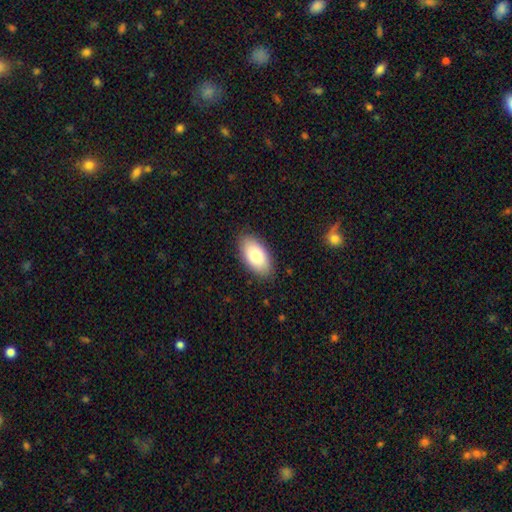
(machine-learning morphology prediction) The model was most divided on "smooth or featured": smooth: 80%, featured or disk: 13%, star or artifact: 6%. More confident: how rounded — in between (95%); merging — none (87%).